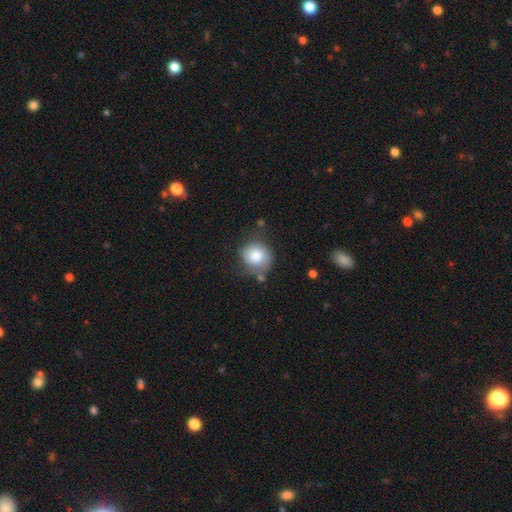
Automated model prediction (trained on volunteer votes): smooth-or-featured: smooth: 78% | featured or disk: 15% | star or artifact: 7%
  how-rounded: round: 83% | in between: 16% | cigar-shaped: 1%
  merging: none: 58% | minor disturbance: 27% | major disturbance: 10% | merger: 6%